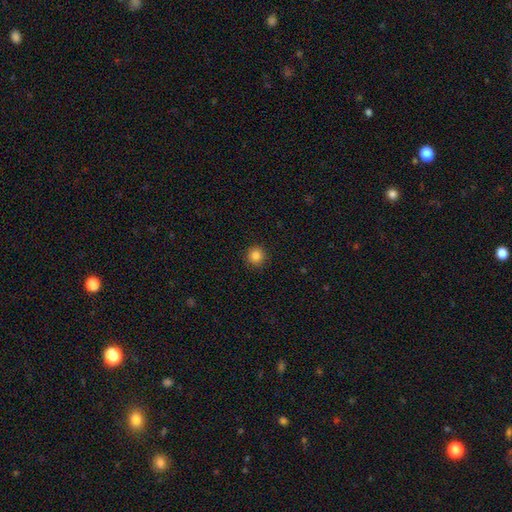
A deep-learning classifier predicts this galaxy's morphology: The model was most divided on "smooth or featured": smooth: 85%, star or artifact: 11%, featured or disk: 4%. More confident: how rounded — round (95%); merging — none (92%).